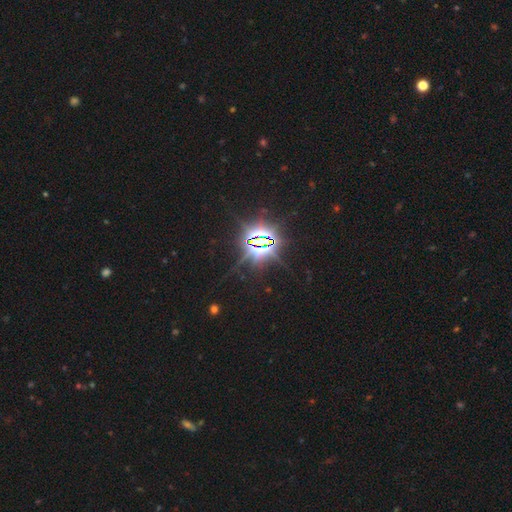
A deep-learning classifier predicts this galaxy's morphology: A star or artifact, not a galaxy (86%).